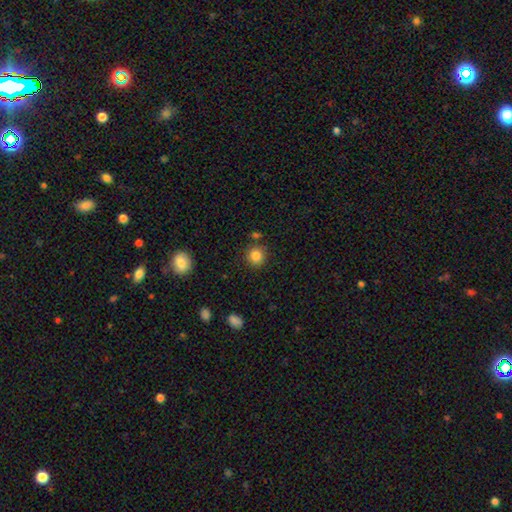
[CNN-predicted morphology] A smooth galaxy with no disk features (84%) that is round (89%). Merging: none (83%).